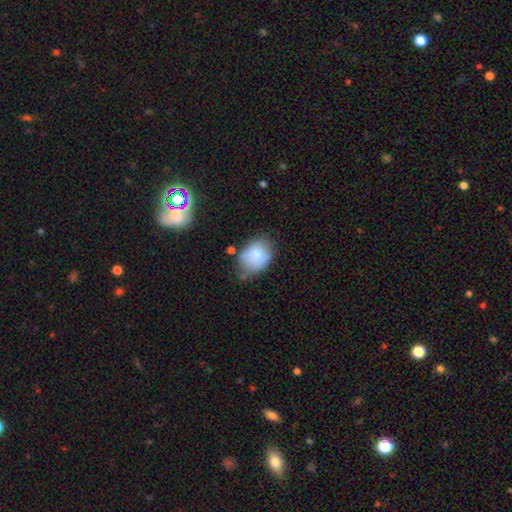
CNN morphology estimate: The model was most divided on "merging": none: 51%, minor disturbance: 31%, major disturbance: 9%, merger: 8%. More confident: smooth or featured — smooth (83%); how rounded — in between (67%).